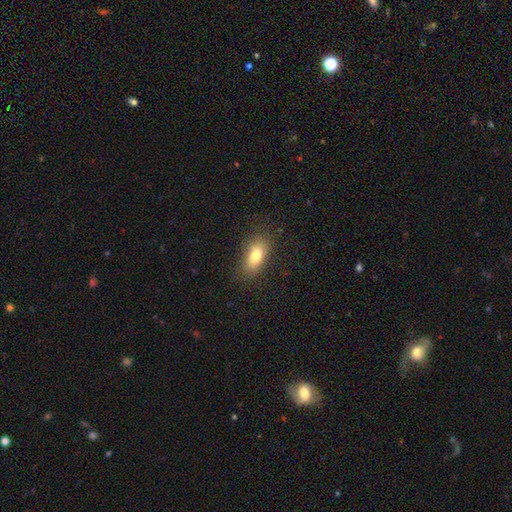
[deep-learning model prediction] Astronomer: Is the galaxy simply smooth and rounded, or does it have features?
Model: smooth — 78%.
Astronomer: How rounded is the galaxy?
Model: in between — 84%.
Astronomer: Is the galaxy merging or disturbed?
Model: none — 79%.